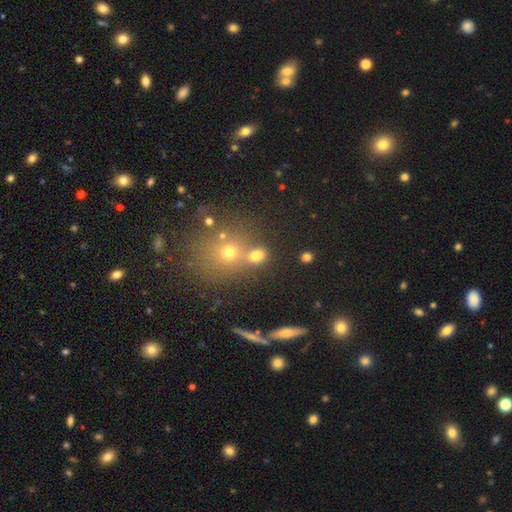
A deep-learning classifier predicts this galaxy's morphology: Smooth or featured? smooth (69%)
How rounded? round (51%)
Merging? none (55%)